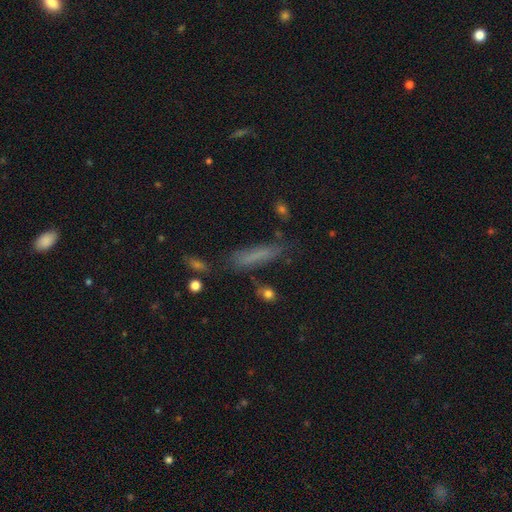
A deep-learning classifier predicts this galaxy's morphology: Overall: smooth (67%). How rounded: cigar-shaped (83%). Merging: none (69%).